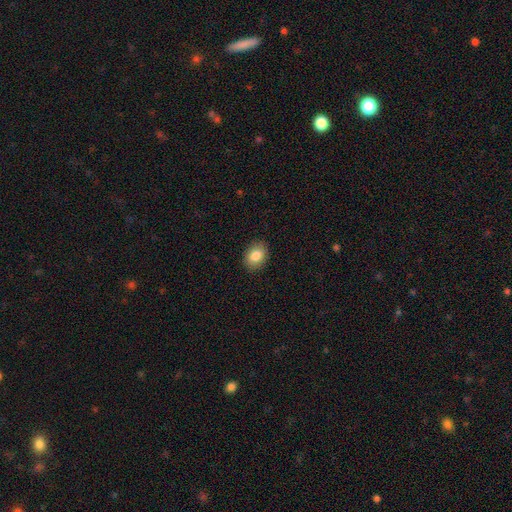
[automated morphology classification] A smooth galaxy with no disk features (85%) that is in between round and cigar-shaped (67%). Merging: none (89%).